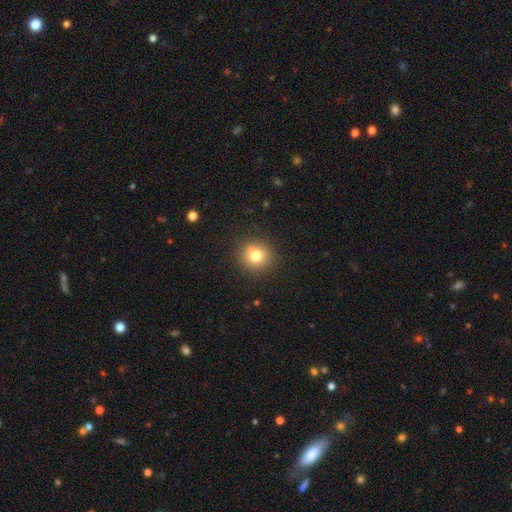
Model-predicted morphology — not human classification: A smooth galaxy with no disk features (77%) that is round (91%). Merging: none (87%).